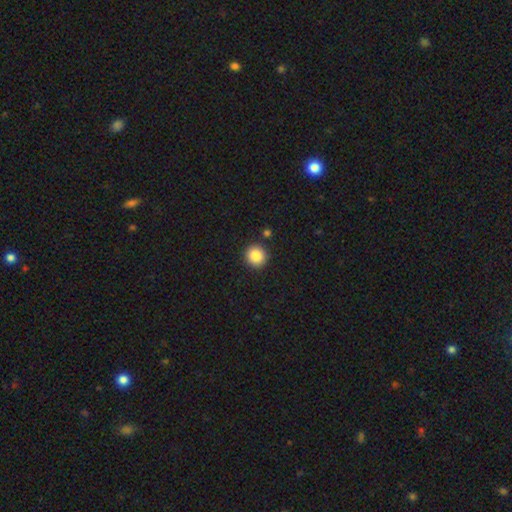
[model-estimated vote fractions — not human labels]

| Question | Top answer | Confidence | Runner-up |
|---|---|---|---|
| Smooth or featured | smooth | 87% | star or artifact (9%) |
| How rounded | round | 93% | in between (6%) |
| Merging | none | 90% | minor disturbance (6%) |